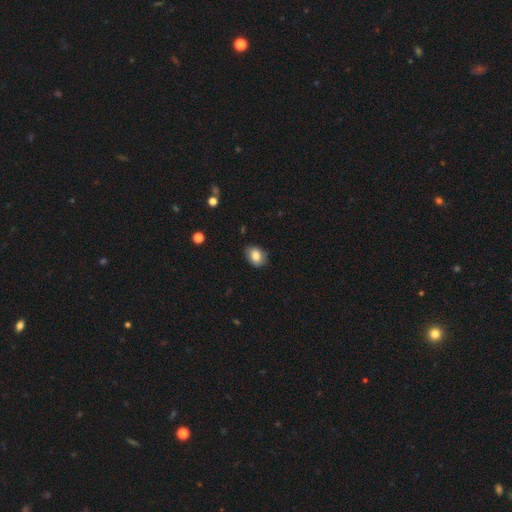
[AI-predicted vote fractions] A smooth galaxy with no disk features (83%) that is in between round and cigar-shaped (70%). Merging: none (81%).